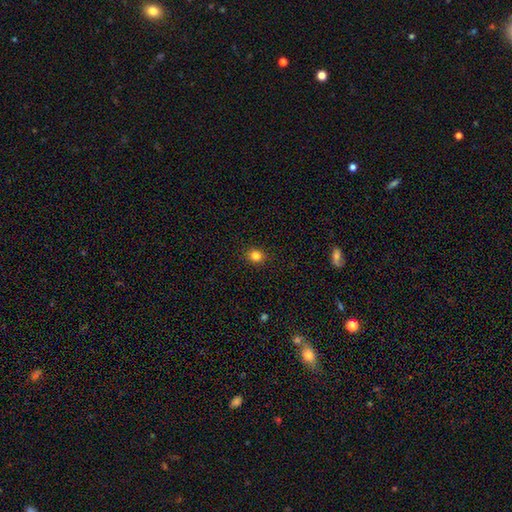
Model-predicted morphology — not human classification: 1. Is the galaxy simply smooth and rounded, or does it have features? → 83% smooth, 12% star or artifact, 4% featured or disk.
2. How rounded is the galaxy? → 79% round, 20% in between, 1% cigar-shaped.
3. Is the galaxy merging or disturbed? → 91% none, 7% minor disturbance, 2% major disturbance, 1% merger.